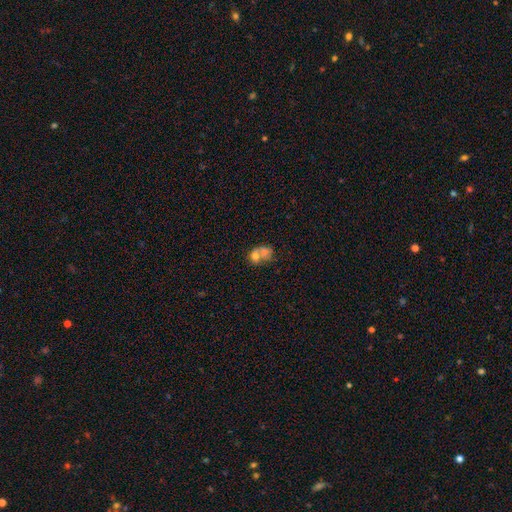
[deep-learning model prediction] Smooth or featured: smooth — 63% (featured or disk — 27%)
How rounded: round — 55% (in between — 44%)
Merging: merger — 72% (none — 16%)